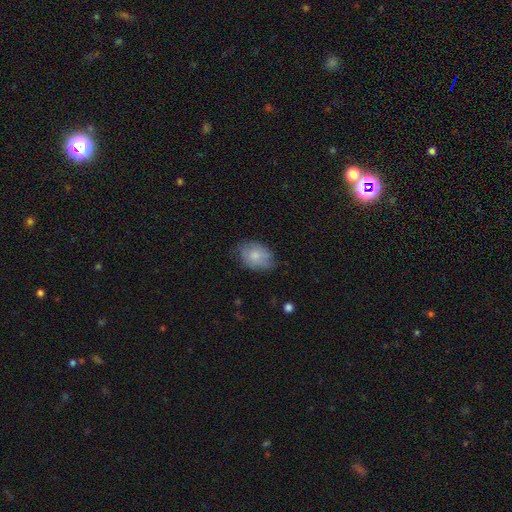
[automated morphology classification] Smooth or featured?
  - smooth: 79% *
  - featured or disk: 14%
  - star or artifact: 7%
How rounded?
  - in between: 77% *
  - round: 22%
  - cigar-shaped: 1%
Merging?
  - none: 65% *
  - minor disturbance: 27%
  - major disturbance: 6%
  - merger: 1%